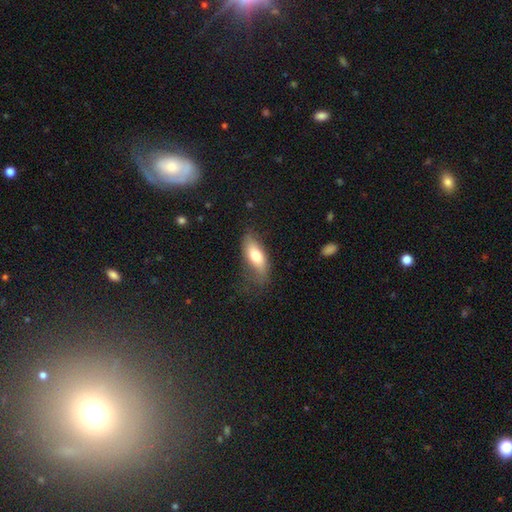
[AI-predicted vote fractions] A smooth galaxy with no disk features (67%) that is in between round and cigar-shaped (76%).

Vote fractions:
- Smooth or featured? smooth: 67% / featured or disk: 26% / star or artifact: 7%
- How rounded? in between: 76% / cigar-shaped: 21% / round: 3%
- Merging? none: 59% / minor disturbance: 27% / major disturbance: 12% / merger: 2%